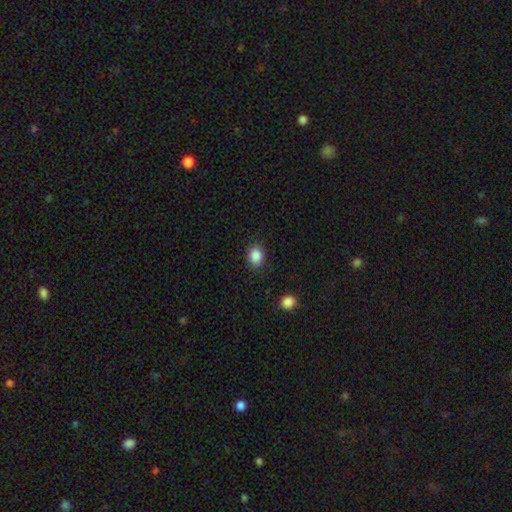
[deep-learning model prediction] smooth_or_featured: smooth (p=0.88) [alt: star or artifact p=0.09]
how_rounded: in between (p=0.50) [alt: round p=0.49]
merging: none (p=0.84) [alt: minor disturbance p=0.11]